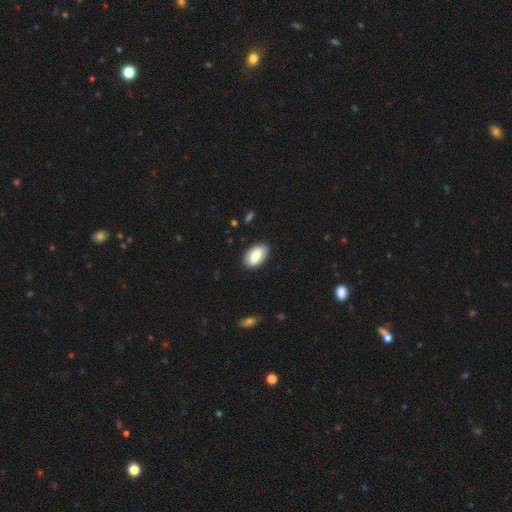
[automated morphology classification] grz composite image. It shows a smooth galaxy with no disk features (72%) that is in between round and cigar-shaped (93%). Merging: none (86%).